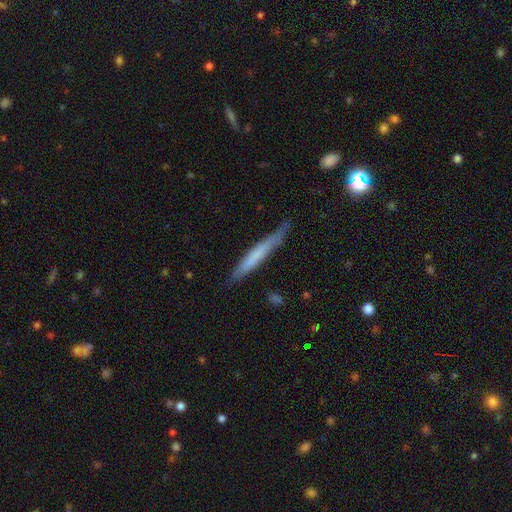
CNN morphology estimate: Smooth or featured: smooth — 56% (featured or disk — 39%)
How rounded: cigar-shaped — 96% (in between — 3%)
Merging: none — 78% (minor disturbance — 17%)